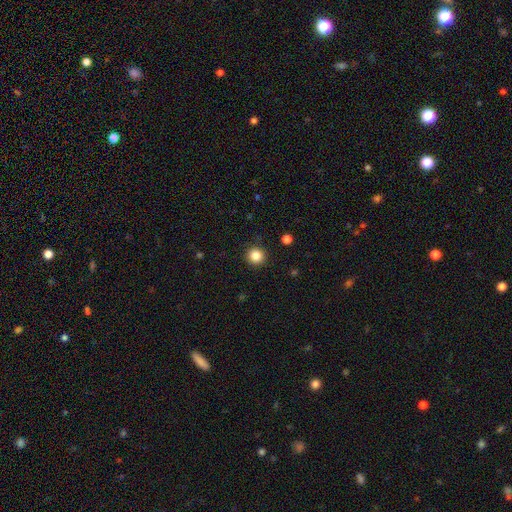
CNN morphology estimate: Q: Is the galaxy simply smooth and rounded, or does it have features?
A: smooth — 84%.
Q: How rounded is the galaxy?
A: round — 95%.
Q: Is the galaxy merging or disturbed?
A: none — 92%.